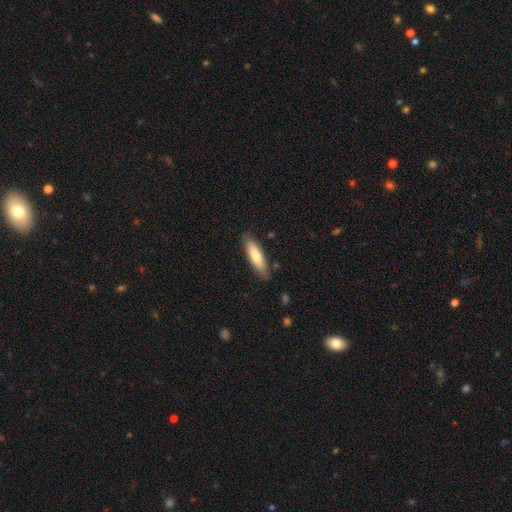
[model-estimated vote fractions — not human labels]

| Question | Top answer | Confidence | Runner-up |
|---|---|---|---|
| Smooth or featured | smooth | 76% | featured or disk (18%) |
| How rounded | cigar-shaped | 61% | in between (38%) |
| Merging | none | 85% | minor disturbance (11%) |